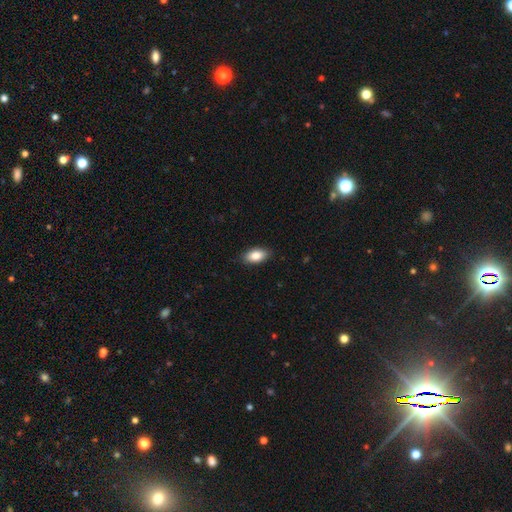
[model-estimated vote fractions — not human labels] A smooth galaxy with no disk features (85%) that is in between round and cigar-shaped (92%).

Vote fractions:
- Smooth or featured? smooth: 85% / featured or disk: 8% / star or artifact: 7%
- How rounded? in between: 92% / cigar-shaped: 4% / round: 4%
- Merging? none: 87% / minor disturbance: 10% / major disturbance: 2% / merger: 1%